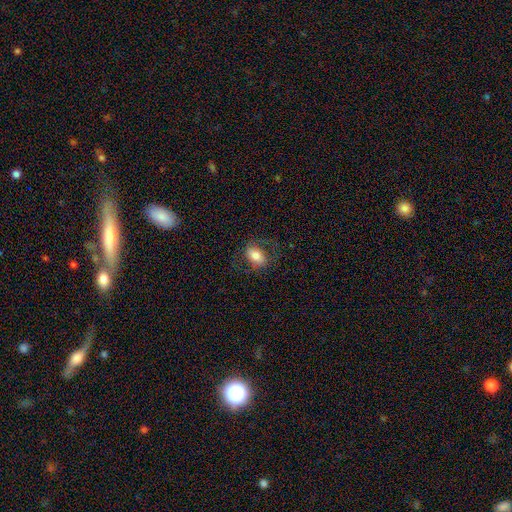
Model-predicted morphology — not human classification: smooth 65%, featured or disk 27%, star or artifact 8%. Down the decision tree: how rounded — in between (83%); merging — none (69%).